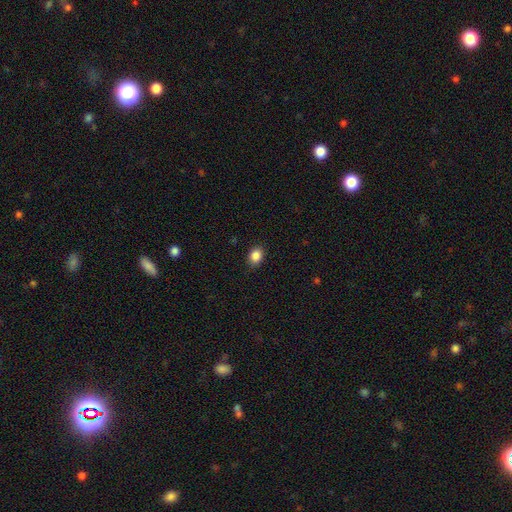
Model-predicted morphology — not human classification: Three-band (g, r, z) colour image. It shows a smooth galaxy with no disk features (87%) that is in between round and cigar-shaped (58%). Merging: none (89%).